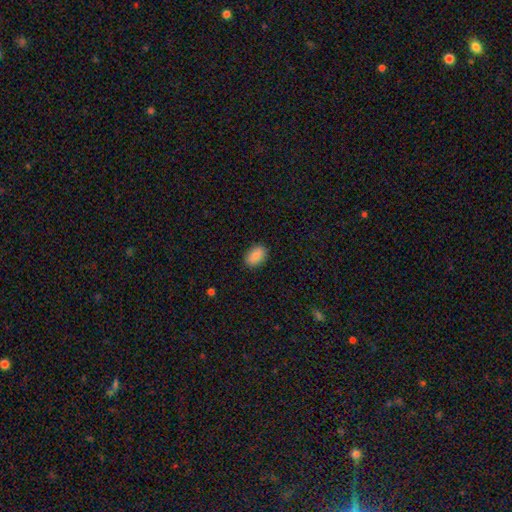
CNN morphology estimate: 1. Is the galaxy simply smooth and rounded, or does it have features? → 88% smooth, 7% star or artifact, 5% featured or disk.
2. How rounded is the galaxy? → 89% in between, 9% round, 1% cigar-shaped.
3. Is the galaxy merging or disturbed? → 89% none, 8% minor disturbance, 2% major disturbance, 1% merger.